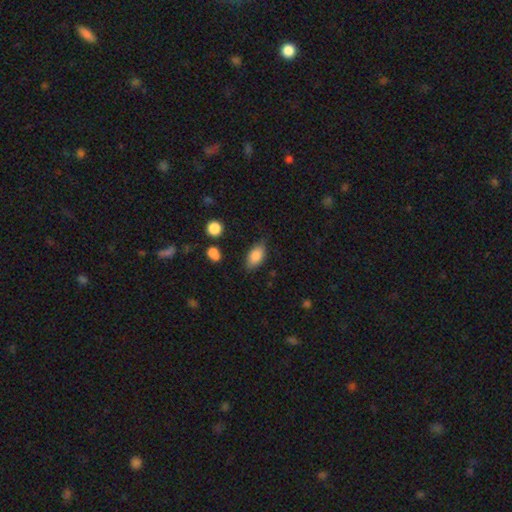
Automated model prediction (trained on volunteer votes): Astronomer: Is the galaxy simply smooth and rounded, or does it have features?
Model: smooth — 84%.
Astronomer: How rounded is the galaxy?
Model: in between — 90%.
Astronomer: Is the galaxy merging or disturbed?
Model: none — 75%.